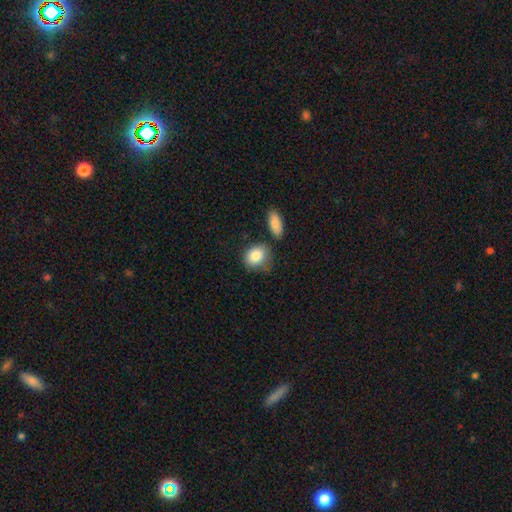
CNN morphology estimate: This appears to be a smooth galaxy with no disk features (86%) that is in between round and cigar-shaped (51%). Merging: none (57%).